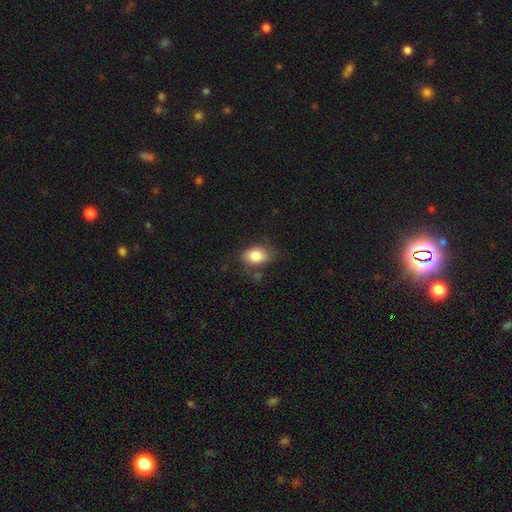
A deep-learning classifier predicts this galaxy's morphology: Smooth or featured? smooth (82%)
How rounded? in between (80%)
Merging? none (63%)